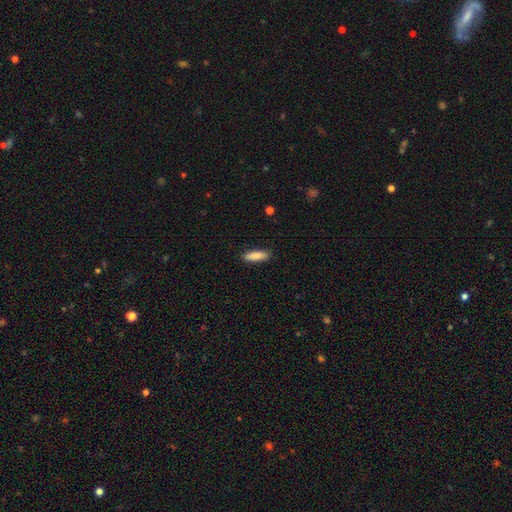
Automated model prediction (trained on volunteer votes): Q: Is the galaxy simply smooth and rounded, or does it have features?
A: smooth — 85%.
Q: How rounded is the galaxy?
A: cigar-shaped — 59%.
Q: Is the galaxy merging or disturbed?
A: none — 88%.